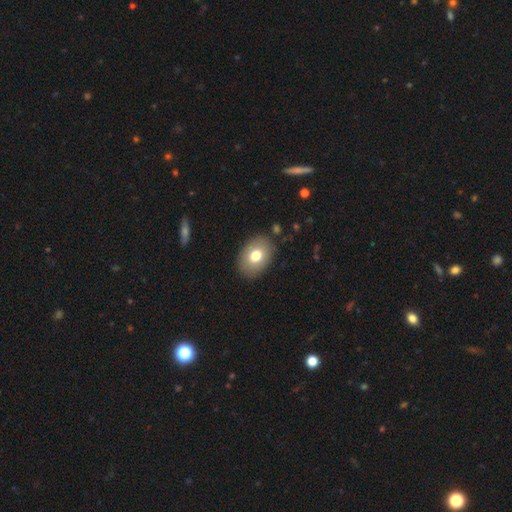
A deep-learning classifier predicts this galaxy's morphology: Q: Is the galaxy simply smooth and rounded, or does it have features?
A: smooth — 76%.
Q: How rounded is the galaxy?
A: in between — 75%.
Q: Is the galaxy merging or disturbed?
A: none — 87%.